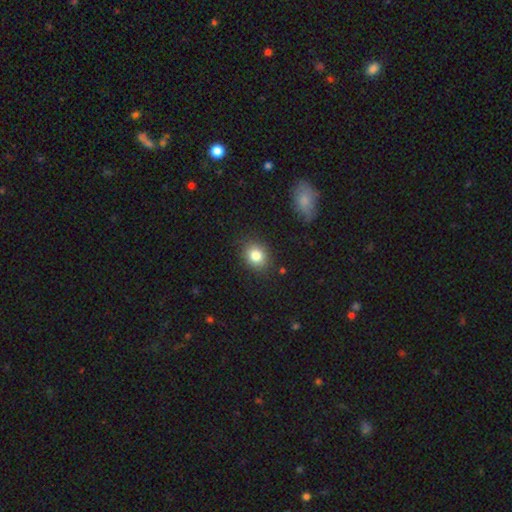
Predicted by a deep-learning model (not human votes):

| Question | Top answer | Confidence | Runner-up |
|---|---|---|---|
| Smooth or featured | smooth | 82% | star or artifact (11%) |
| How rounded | round | 61% | in between (38%) |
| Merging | none | 85% | minor disturbance (10%) |